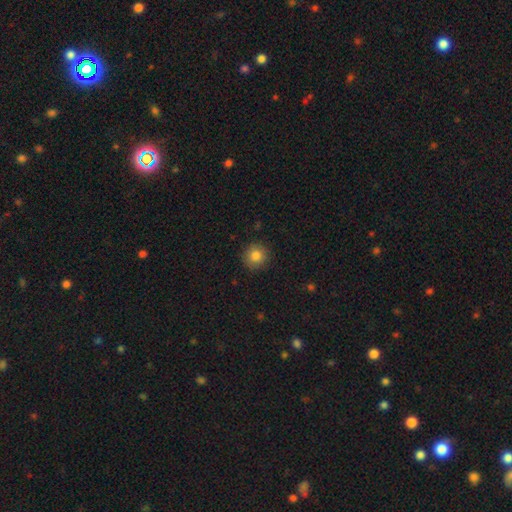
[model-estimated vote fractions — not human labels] This is clearly a smooth galaxy (84%). How rounded: clearly round (93%). Merging: clearly none (90%).